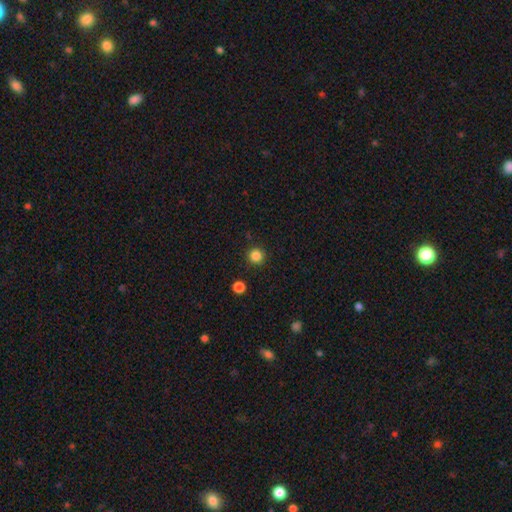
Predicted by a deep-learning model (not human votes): Smooth or featured? smooth (85%)
How rounded? round (95%)
Merging? none (91%)